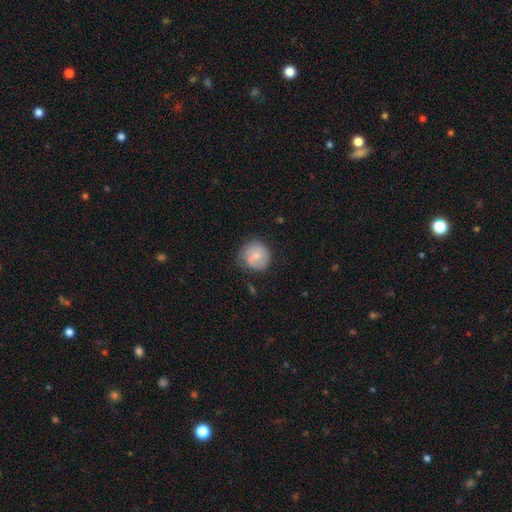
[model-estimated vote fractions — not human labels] Smooth or featured: smooth — 50% (featured or disk — 43%)
How rounded: round — 87% (in between — 12%)
Merging: none — 60% (minor disturbance — 24%)